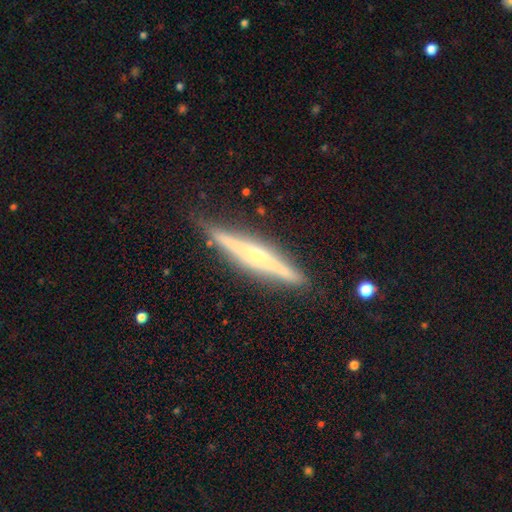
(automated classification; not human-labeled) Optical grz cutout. It shows a featured or disk galaxy (75%) viewed edge-on (97%) with a rounded central bulge (70%). Merging: none (85%).